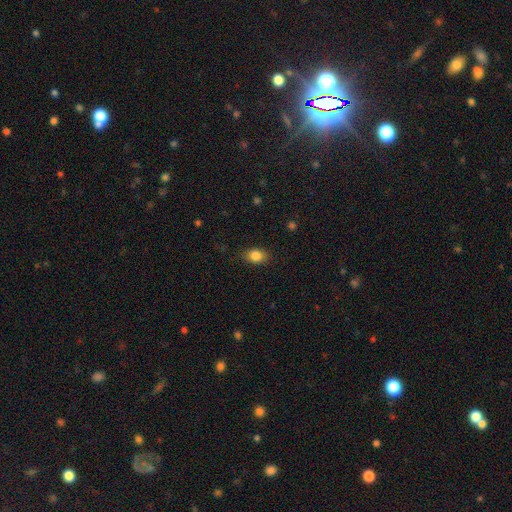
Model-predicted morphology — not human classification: The model was most divided on "how rounded": in between: 72%, round: 27%, cigar-shaped: 1%. More confident: smooth or featured — smooth (85%); merging — none (84%).